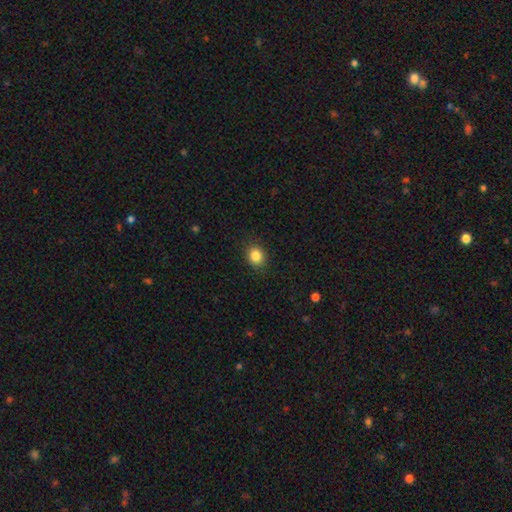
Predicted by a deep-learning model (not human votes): The model was most divided on "how rounded": round: 69%, in between: 30%, cigar-shaped: 1%. More confident: merging — none (88%); smooth or featured — smooth (85%).